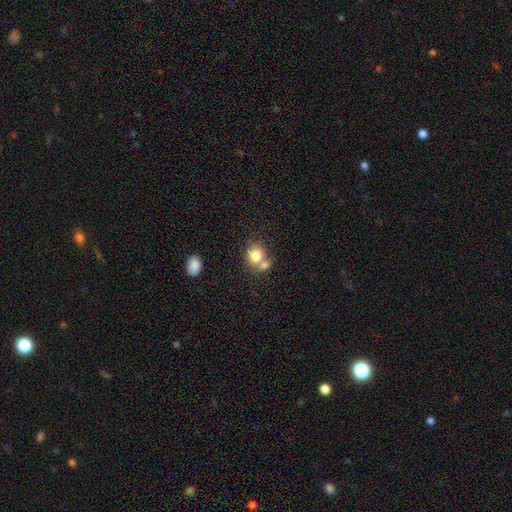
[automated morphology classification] type=smooth (79%); roundness=round (75%); merging=merger (47%).